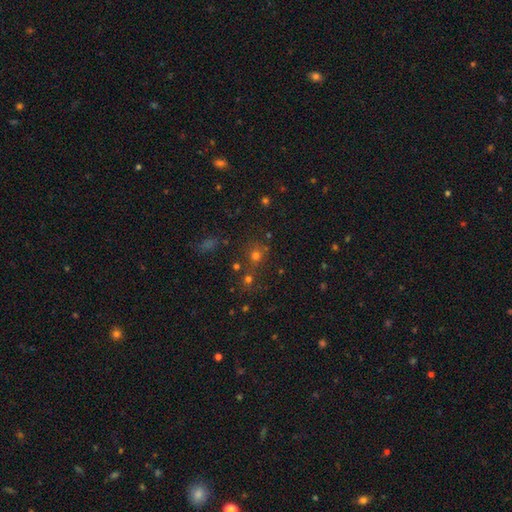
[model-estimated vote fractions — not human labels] This appears to be a smooth galaxy with no disk features (56%) that is round (85%). Merging: none (62%).